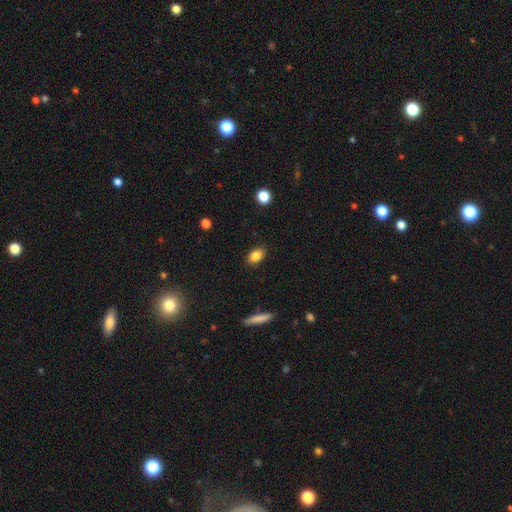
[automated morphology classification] smooth 85%, star or artifact 9%, featured or disk 6%. Down the decision tree: how rounded — in between (83%); merging — none (87%).